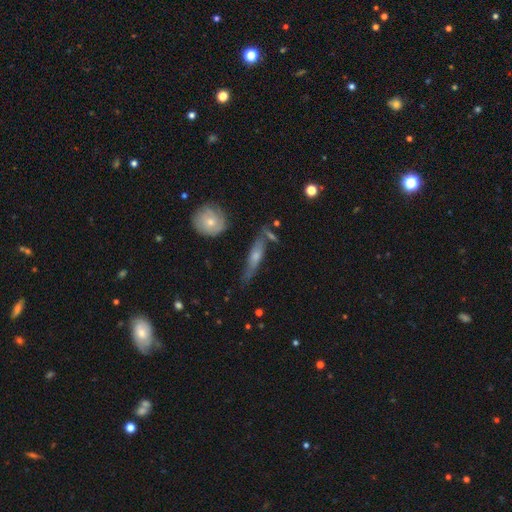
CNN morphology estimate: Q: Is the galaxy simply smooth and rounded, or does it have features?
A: featured or disk — 61%.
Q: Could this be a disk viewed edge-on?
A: yes — 73%.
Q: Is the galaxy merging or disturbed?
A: none — 64%.